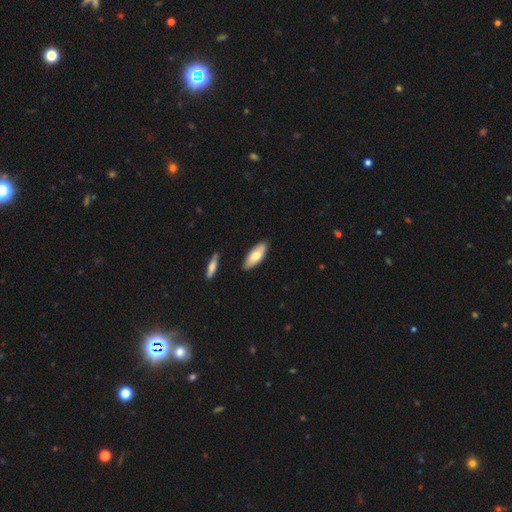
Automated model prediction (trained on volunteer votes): A smooth galaxy with no disk features (75%) that is in between round and cigar-shaped (77%). Merging: none (85%).